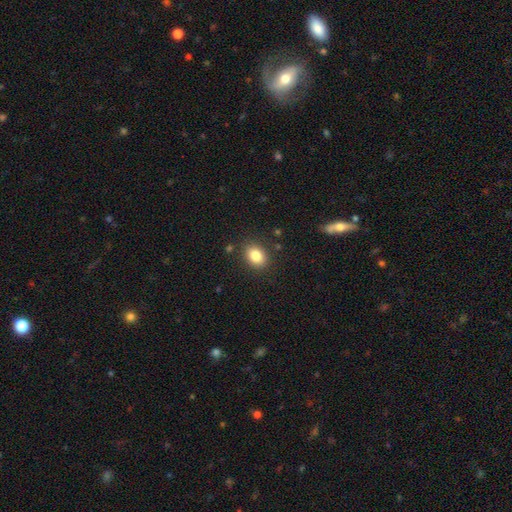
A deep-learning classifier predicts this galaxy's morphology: Smooth or featured?
  - smooth: 84% *
  - star or artifact: 10%
  - featured or disk: 7%
How rounded?
  - in between: 65% *
  - round: 34%
  - cigar-shaped: 1%
Merging?
  - none: 86% *
  - minor disturbance: 9%
  - major disturbance: 3%
  - merger: 2%